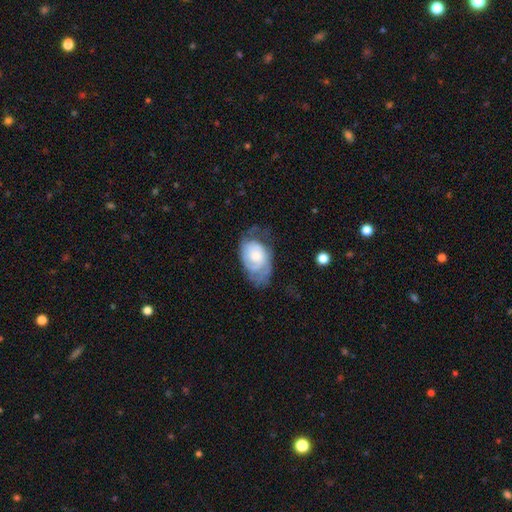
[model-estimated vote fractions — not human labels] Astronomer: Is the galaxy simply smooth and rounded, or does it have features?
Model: featured or disk — 57% (runner-up: smooth, 36%).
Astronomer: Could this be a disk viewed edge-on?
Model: no — 96%.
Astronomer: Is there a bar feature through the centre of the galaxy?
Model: no — 76%.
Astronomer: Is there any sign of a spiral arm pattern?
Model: yes — 79%.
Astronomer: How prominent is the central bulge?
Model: moderate — 43% (runner-up: small, 34%).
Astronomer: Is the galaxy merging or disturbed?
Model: none — 40% (runner-up: minor disturbance, 32%).